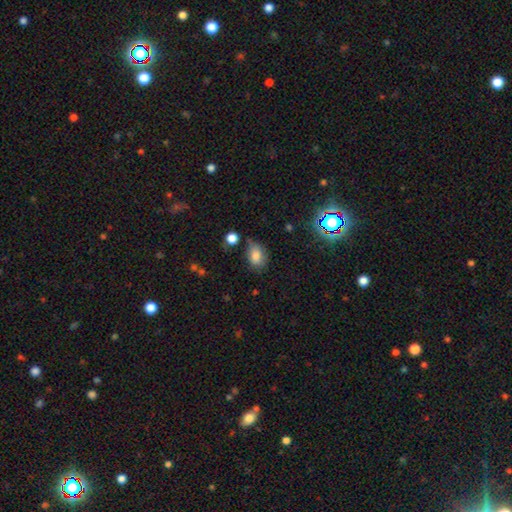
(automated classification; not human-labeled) Smooth or featured?
  - smooth: 80% *
  - star or artifact: 11%
  - featured or disk: 9%
How rounded?
  - in between: 77% *
  - round: 22%
  - cigar-shaped: 1%
Merging?
  - none: 61% *
  - minor disturbance: 27%
  - major disturbance: 6%
  - merger: 5%